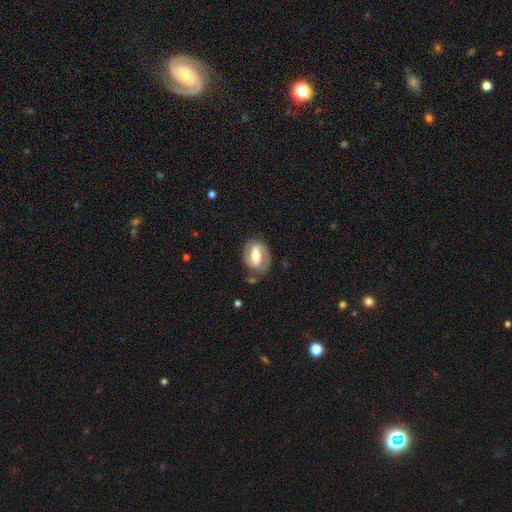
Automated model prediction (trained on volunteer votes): Smooth or featured?
  - featured or disk: 75% *
  - smooth: 20%
  - star or artifact: 6%
Edge-on disk?
  - no: 96% *
  - yes: 4%
Bar?
  - strong: 52% *
  - weak: 33%
  - no: 15%
Spiral arms?
  - yes: 84% *
  - no: 16%
Spiral winding?
  - medium: 45% *
  - tight: 37%
  - loose: 18%
Spiral arm count?
  - 2: 81% *
  - 1: 9%
  - can't tell: 7%
  - 3: 1%
  - 4: 1%
  - more than 4: 1%
Bulge size?
  - moderate: 63% *
  - small: 21%
  - large: 13%
  - none: 2%
  - dominant: 2%
Merging?
  - none: 75% *
  - minor disturbance: 16%
  - major disturbance: 7%
  - merger: 3%